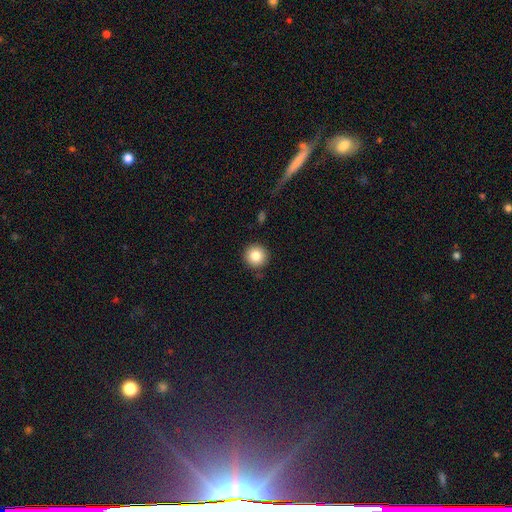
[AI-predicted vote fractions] Smooth or featured? smooth (84%)
How rounded? round (95%)
Merging? none (89%)